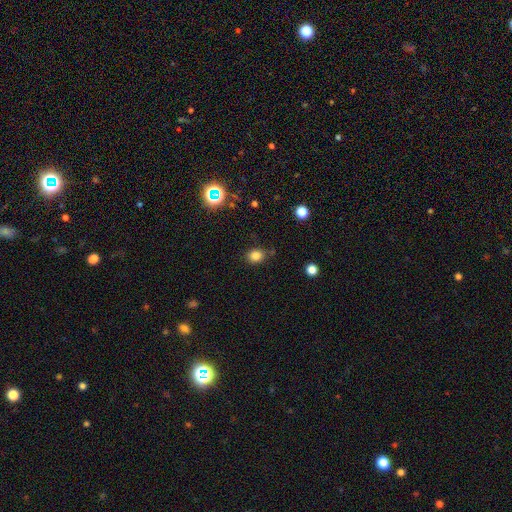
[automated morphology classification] Smooth or featured: smooth — 81% (star or artifact — 14%)
How rounded: round — 60% (in between — 39%)
Merging: none — 80% (minor disturbance — 13%)